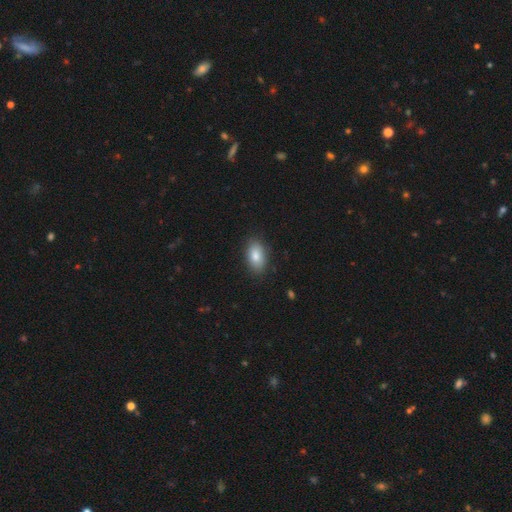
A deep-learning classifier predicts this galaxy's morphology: The model was most divided on "smooth or featured": smooth: 83%, featured or disk: 9%, star or artifact: 8%. More confident: how rounded — in between (91%); merging — none (86%).